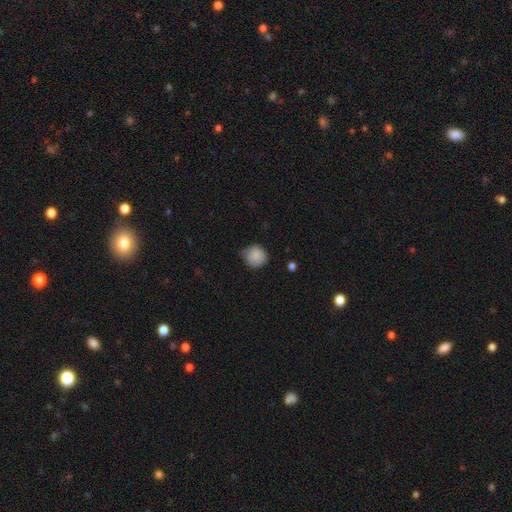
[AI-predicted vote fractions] smooth 85%, star or artifact 8%, featured or disk 7%. Down the decision tree: how rounded — round (87%); merging — none (68%).